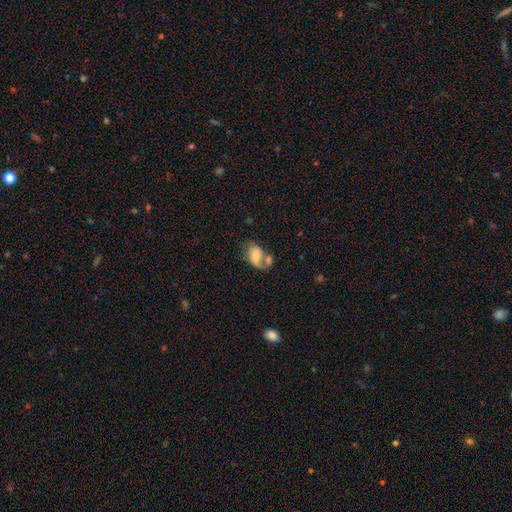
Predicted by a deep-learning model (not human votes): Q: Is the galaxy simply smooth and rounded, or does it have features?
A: smooth — 52%.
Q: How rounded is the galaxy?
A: in between — 86%.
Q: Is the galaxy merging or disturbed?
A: merger — 36%.